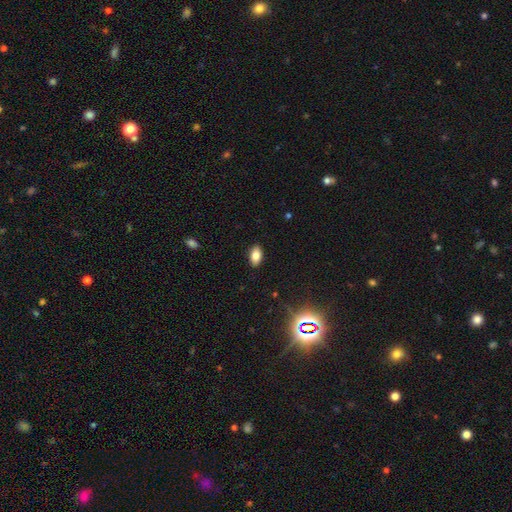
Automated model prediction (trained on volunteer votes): This is clearly a smooth galaxy (81%). How rounded: clearly in between (92%). Merging: clearly none (89%).